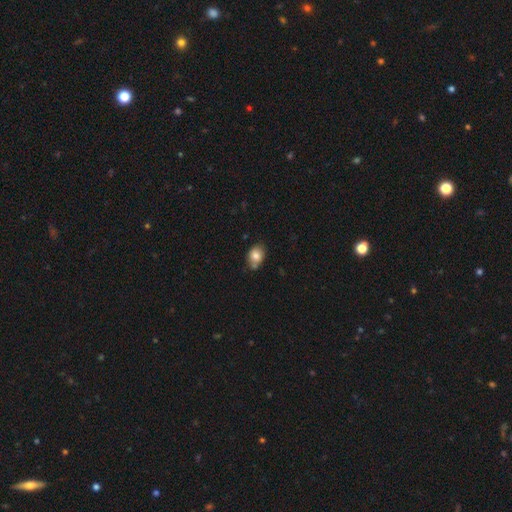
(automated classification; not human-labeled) Smooth or featured: smooth — 80% (featured or disk — 11%)
How rounded: in between — 58% (round — 41%)
Merging: none — 61% (minor disturbance — 22%)